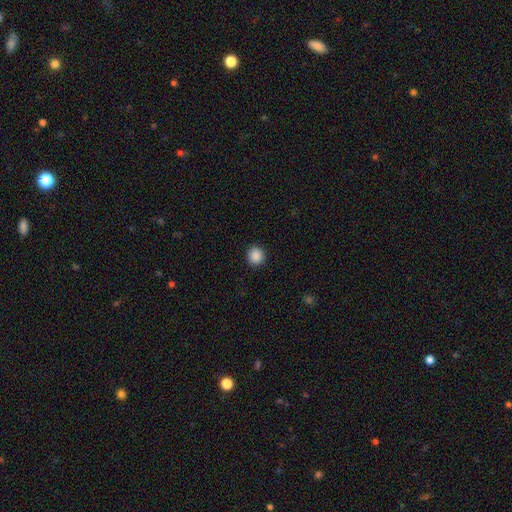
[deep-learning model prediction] Q: Smooth or featured?
A: smooth (88%); runner-up: star or artifact (9%)
Q: How rounded?
A: round (91%); runner-up: in between (8%)
Q: Merging?
A: none (92%); runner-up: minor disturbance (5%)